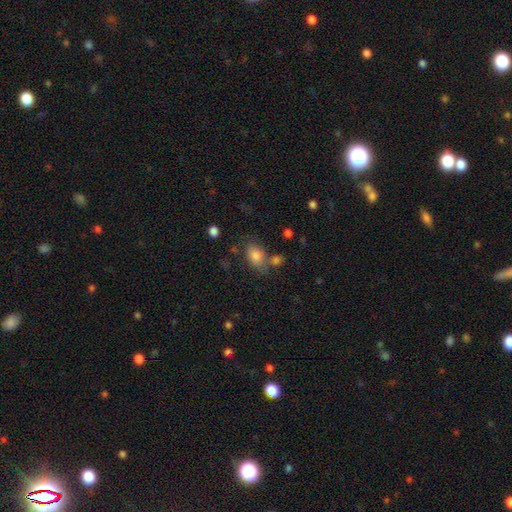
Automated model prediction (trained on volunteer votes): The model was most divided on "merging": none: 59%, minor disturbance: 17%, merger: 16%, major disturbance: 7%. More confident: smooth or featured — smooth (81%); how rounded — in between (79%).